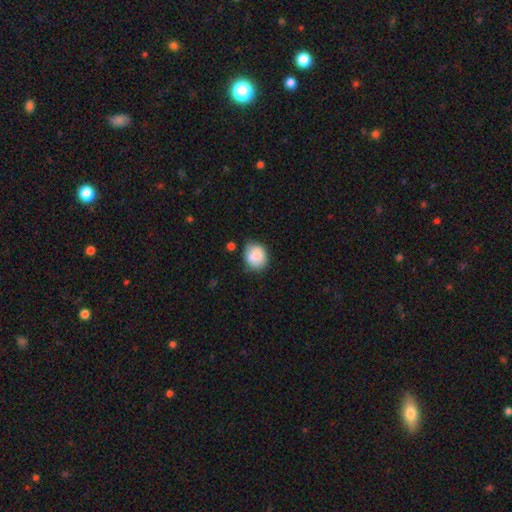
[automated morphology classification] The model was most divided on "how rounded": round: 69%, in between: 30%, cigar-shaped: 1%. More confident: smooth or featured — smooth (82%); merging — none (68%).